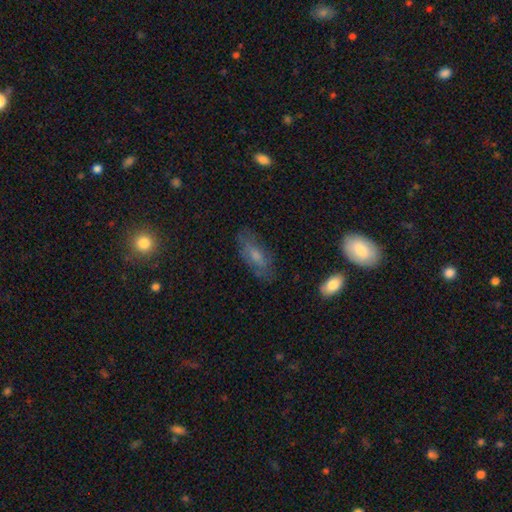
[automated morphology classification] Smooth or featured?
  - smooth: 56% *
  - featured or disk: 34%
  - star or artifact: 9%
How rounded?
  - in between: 78% *
  - cigar-shaped: 18%
  - round: 4%
Merging?
  - none: 72% *
  - minor disturbance: 19%
  - major disturbance: 7%
  - merger: 2%